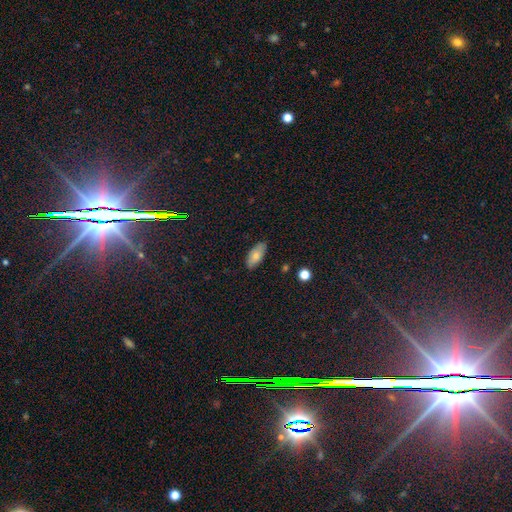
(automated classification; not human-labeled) The model was most divided on "smooth or featured": smooth: 74%, featured or disk: 19%, star or artifact: 7%. More confident: how rounded — in between (88%); merging — none (81%).